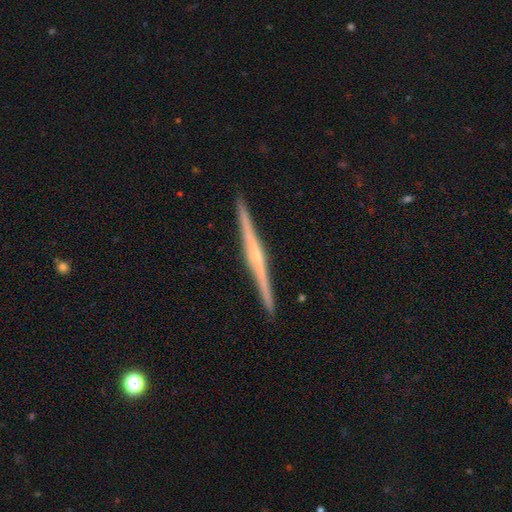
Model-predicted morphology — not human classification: type=featured or disk (84%); edge-on=yes (99%); edge-on bulge=rounded (71%); merging=none (92%).